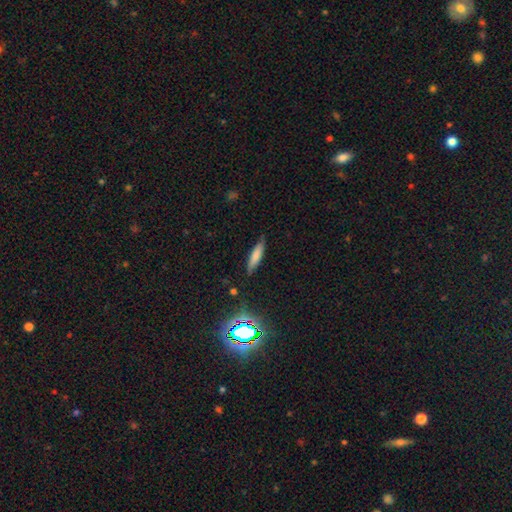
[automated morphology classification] Smooth or featured: smooth — 72% (featured or disk — 17%)
How rounded: cigar-shaped — 71% (in between — 28%)
Merging: none — 79% (minor disturbance — 16%)